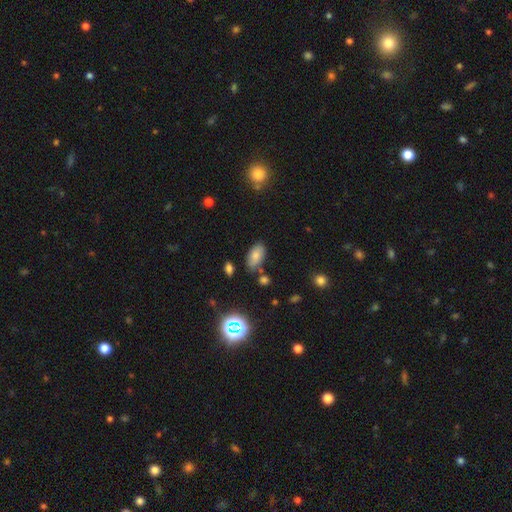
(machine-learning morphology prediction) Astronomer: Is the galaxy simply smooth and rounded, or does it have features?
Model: smooth — 77%.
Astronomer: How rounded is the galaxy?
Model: in between — 93%.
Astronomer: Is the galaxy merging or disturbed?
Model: none — 76%.